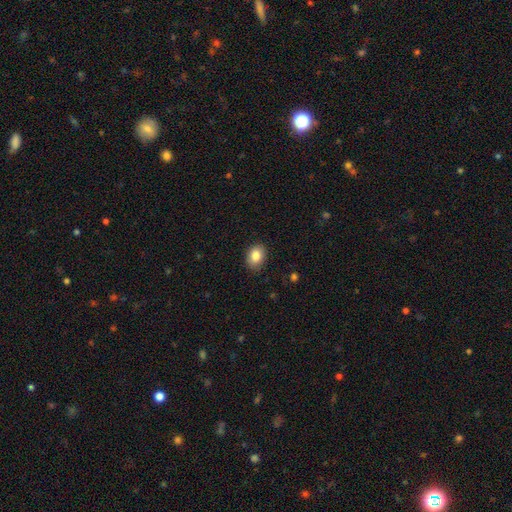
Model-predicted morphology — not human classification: A smooth galaxy with no disk features (86%) that is in between round and cigar-shaped (65%). Merging: none (86%).